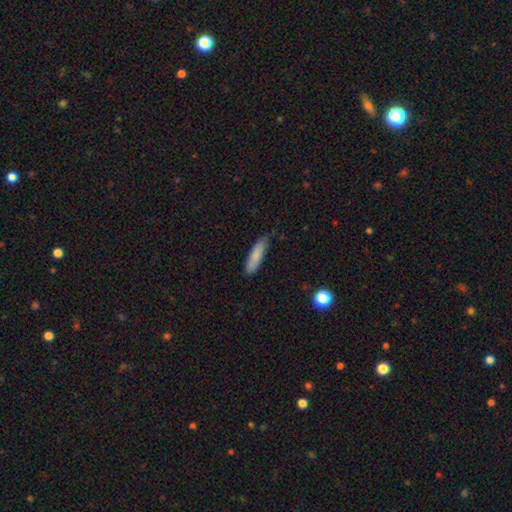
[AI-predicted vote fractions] The model was most divided on "how rounded": cigar-shaped: 71%, in between: 27%, round: 2%. More confident: smooth or featured — smooth (82%); merging — none (76%).